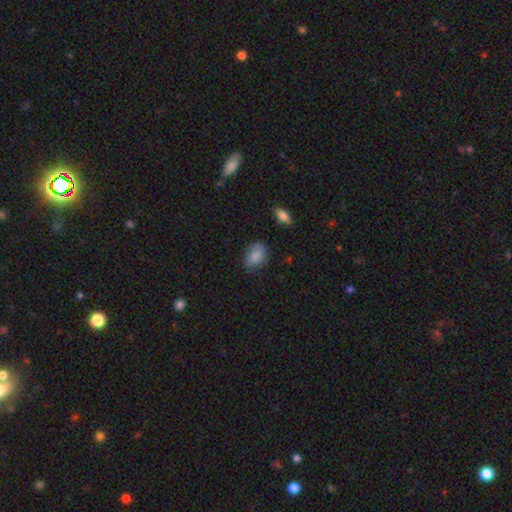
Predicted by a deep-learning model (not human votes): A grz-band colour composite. It shows a smooth galaxy with no disk features (86%) that is in between round and cigar-shaped (86%). Merging: none (72%).